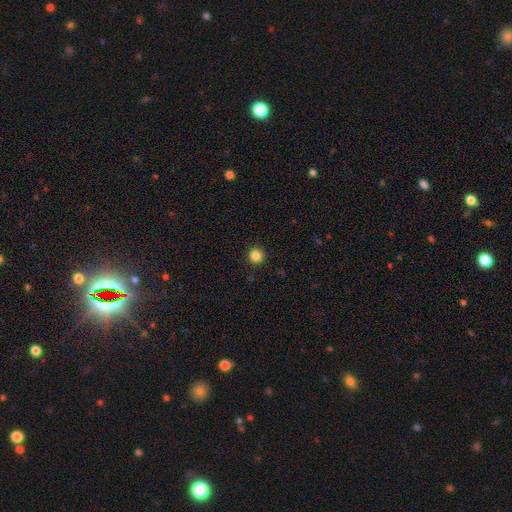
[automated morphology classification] Q: Smooth or featured?
A: smooth (85%); runner-up: star or artifact (12%)
Q: How rounded?
A: round (95%); runner-up: in between (4%)
Q: Merging?
A: none (93%); runner-up: minor disturbance (5%)